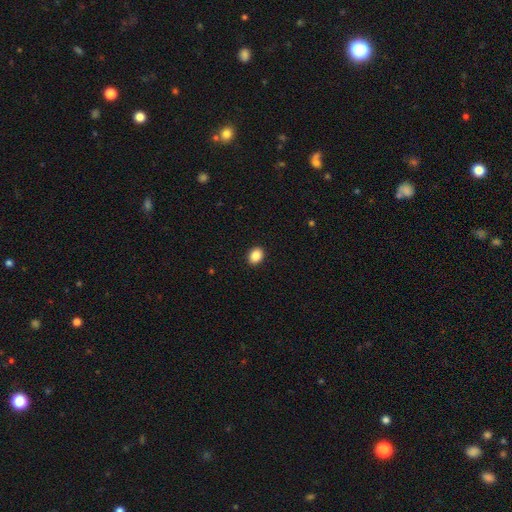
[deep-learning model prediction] Morphology: type=smooth (88%); roundness=in between (63%); merging=none (91%).